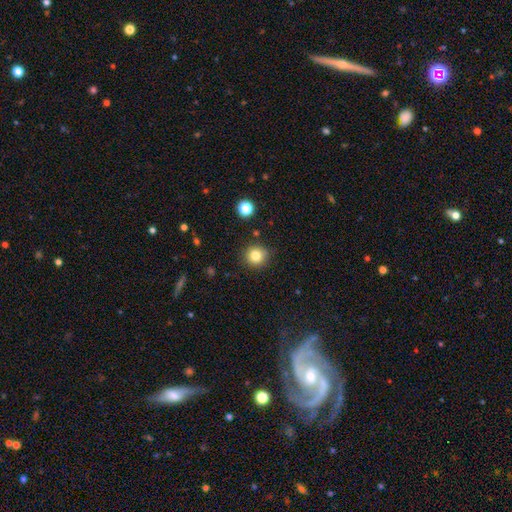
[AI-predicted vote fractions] A smooth galaxy with no disk features (81%) that is round (91%).

Vote fractions:
- Smooth or featured? smooth: 81% / star or artifact: 12% / featured or disk: 7%
- How rounded? round: 91% / in between: 8% / cigar-shaped: 1%
- Merging? none: 87% / minor disturbance: 8% / major disturbance: 2% / merger: 2%